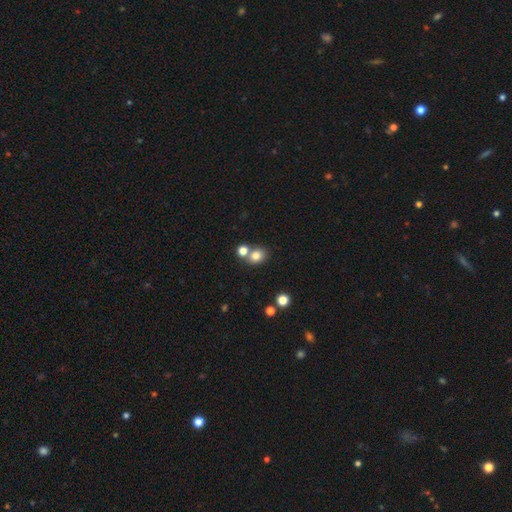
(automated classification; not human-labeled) Morphology: type=smooth (80%); roundness=round (66%); merging=none (57%).